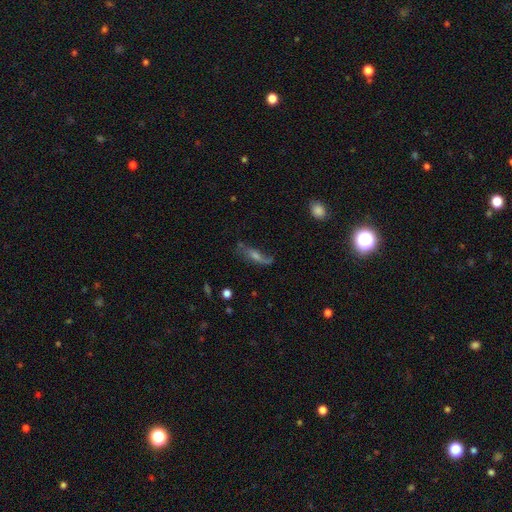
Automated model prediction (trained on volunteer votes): smooth-or-featured: featured or disk: 56% | smooth: 29% | star or artifact: 15%
  disk-edge-on: no: 71% | yes: 29%
  merging: none: 50% | minor disturbance: 24% | major disturbance: 22% | merger: 5%